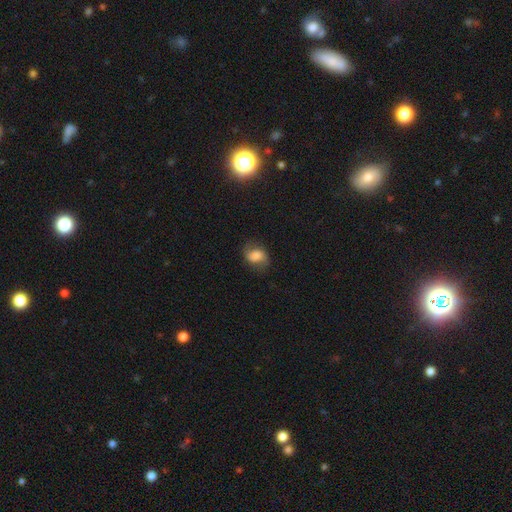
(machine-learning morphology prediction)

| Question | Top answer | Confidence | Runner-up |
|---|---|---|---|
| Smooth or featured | smooth | 65% | featured or disk (25%) |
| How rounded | in between | 68% | round (30%) |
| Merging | none | 69% | minor disturbance (21%) |